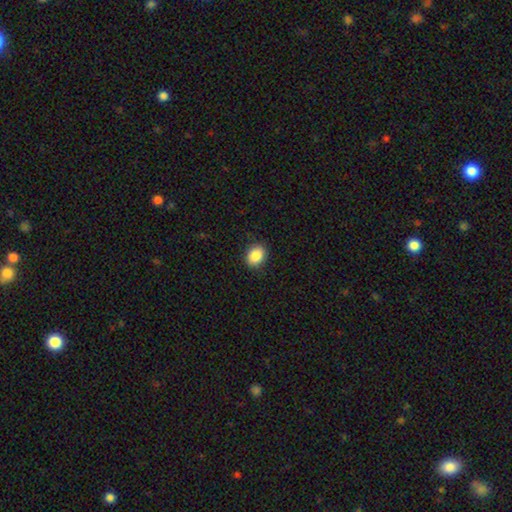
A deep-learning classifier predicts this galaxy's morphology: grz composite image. It shows a smooth galaxy with no disk features (88%) that is in between round and cigar-shaped (57%). Merging: none (89%).